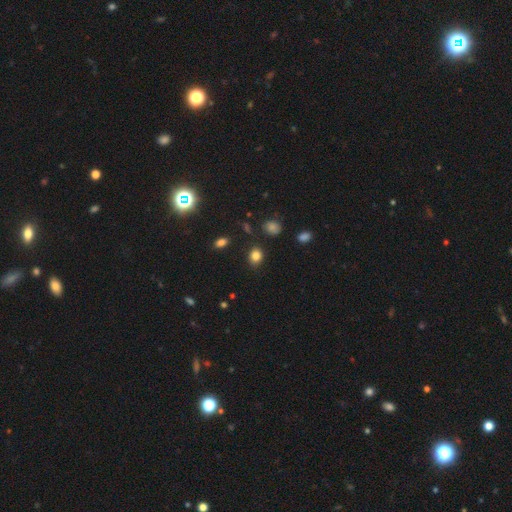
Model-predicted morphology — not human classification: Smooth or featured?
  - smooth: 83% *
  - star or artifact: 12%
  - featured or disk: 5%
How rounded?
  - in between: 50% *
  - round: 48%
  - cigar-shaped: 1%
Merging?
  - none: 84% *
  - minor disturbance: 10%
  - major disturbance: 3%
  - merger: 3%